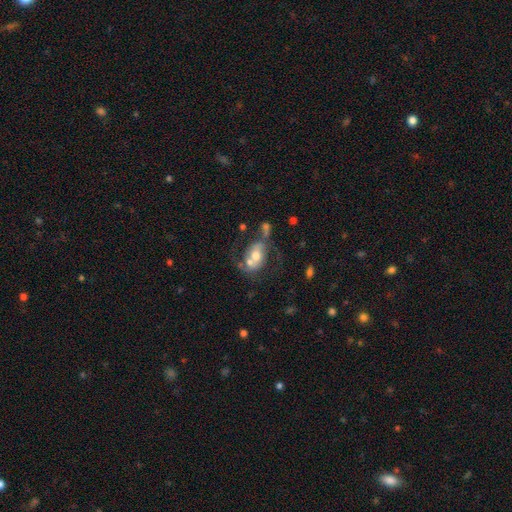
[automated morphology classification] featured or disk 54%, smooth 38%, star or artifact 9%. Down the decision tree: edge-on disk — no (95%); bar — no (61%); spiral arms — yes (60%); bulge size — moderate (67%); merging — none (34%).